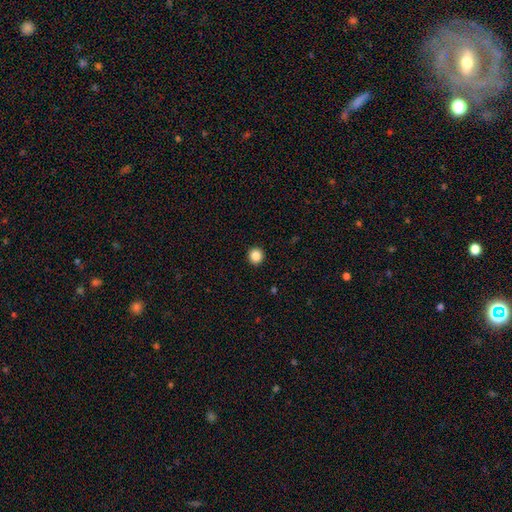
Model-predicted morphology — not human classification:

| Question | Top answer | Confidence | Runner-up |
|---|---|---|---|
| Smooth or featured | smooth | 87% | star or artifact (10%) |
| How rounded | round | 94% | in between (5%) |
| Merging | none | 93% | minor disturbance (4%) |